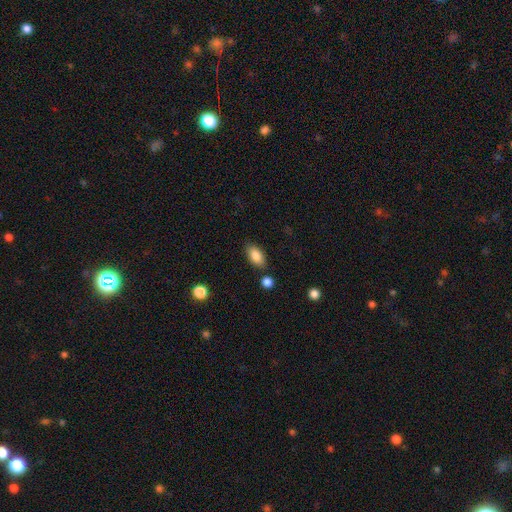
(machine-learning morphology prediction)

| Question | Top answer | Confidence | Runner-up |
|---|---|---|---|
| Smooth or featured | smooth | 86% | star or artifact (7%) |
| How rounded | in between | 91% | round (5%) |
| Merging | none | 80% | minor disturbance (12%) |